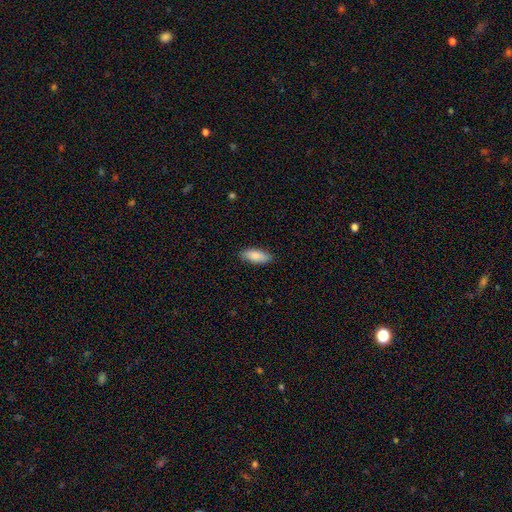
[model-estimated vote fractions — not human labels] Overall: smooth (87%). How rounded: in between (78%). Merging: none (86%).